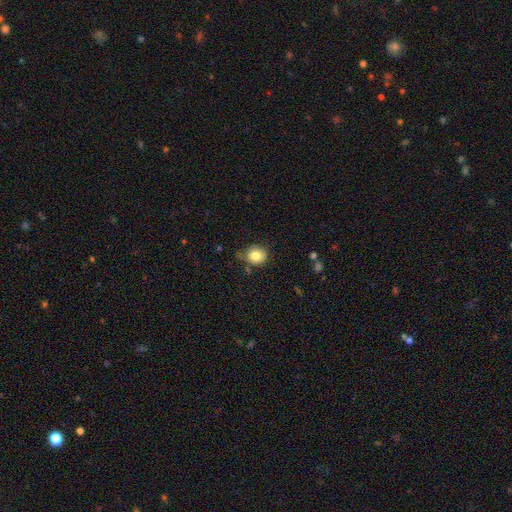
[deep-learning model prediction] Smooth or featured? smooth (82%)
How rounded? round (74%)
Merging? none (71%)